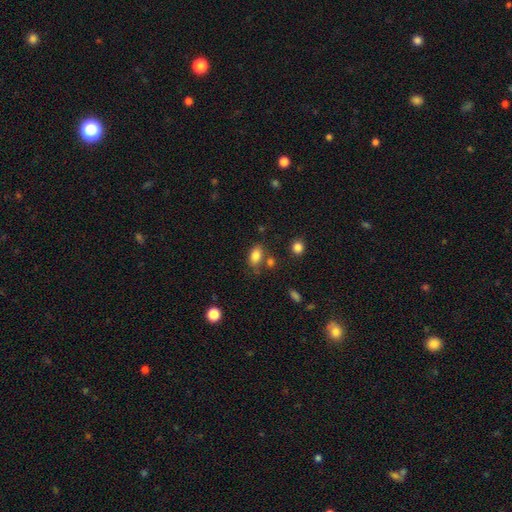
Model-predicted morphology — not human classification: Overall: smooth (83%). How rounded: in between (88%). Merging: none (66%).